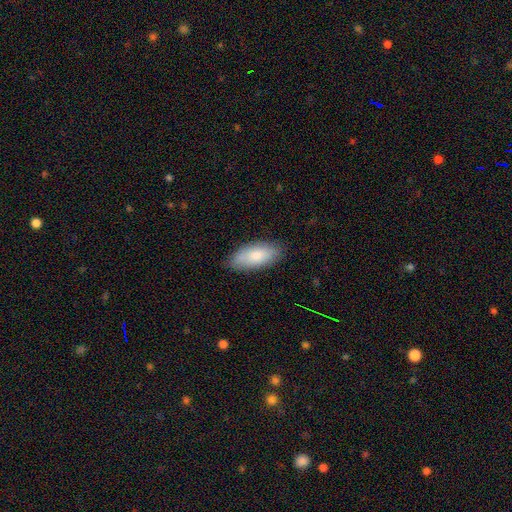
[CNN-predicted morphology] Overall: smooth (82%). How rounded: in between (89%). Merging: none (81%).